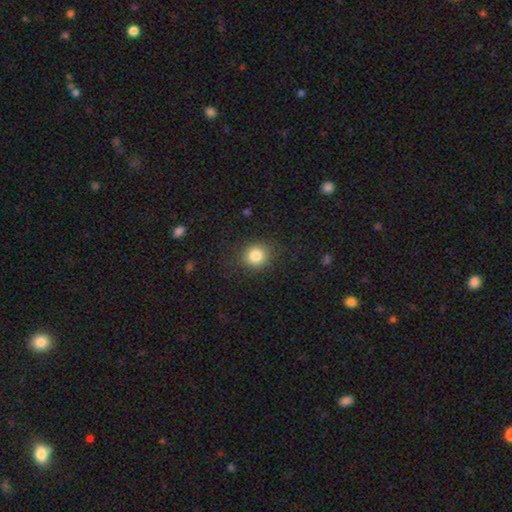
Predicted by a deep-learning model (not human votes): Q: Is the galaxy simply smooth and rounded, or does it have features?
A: smooth — 84%.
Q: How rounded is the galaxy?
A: round — 85%.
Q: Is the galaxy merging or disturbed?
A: none — 87%.